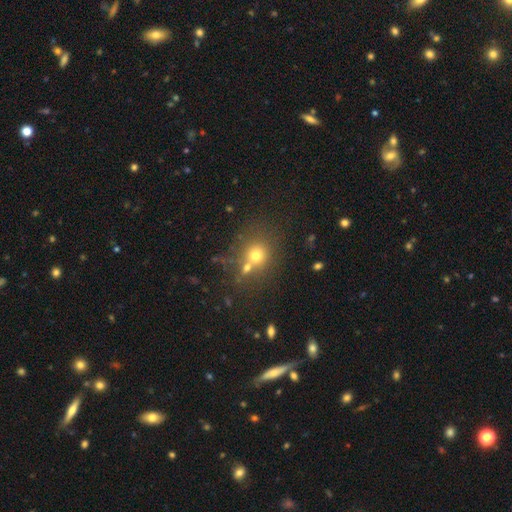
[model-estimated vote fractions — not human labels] A smooth galaxy with no disk features (68%) that is round (81%).

Vote fractions:
- Smooth or featured? smooth: 68% / star or artifact: 18% / featured or disk: 14%
- How rounded? round: 81% / in between: 18% / cigar-shaped: 1%
- Merging? none: 54% / merger: 30% / minor disturbance: 10% / major disturbance: 5%